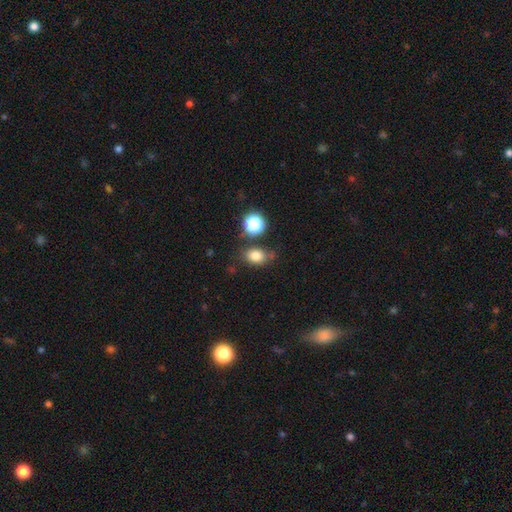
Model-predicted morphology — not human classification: A smooth galaxy with no disk features (79%) that is in between round and cigar-shaped (59%).

Vote fractions:
- Smooth or featured? smooth: 79% / star or artifact: 14% / featured or disk: 7%
- How rounded? in between: 59% / round: 39% / cigar-shaped: 1%
- Merging? none: 70% / minor disturbance: 16% / merger: 9% / major disturbance: 5%